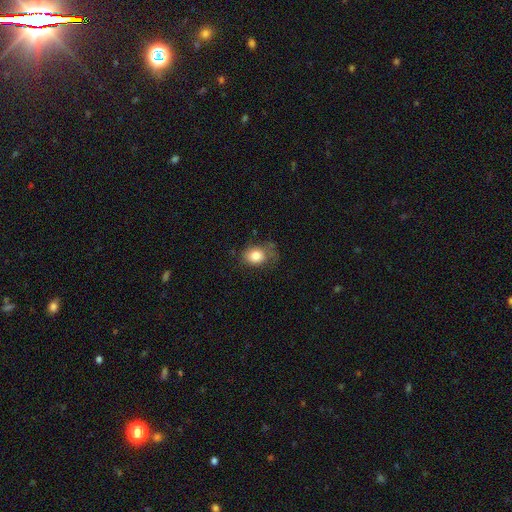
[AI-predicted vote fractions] Q: Smooth or featured?
A: smooth (82%); runner-up: featured or disk (10%)
Q: How rounded?
A: in between (52%); runner-up: round (47%)
Q: Merging?
A: none (50%); runner-up: minor disturbance (31%)